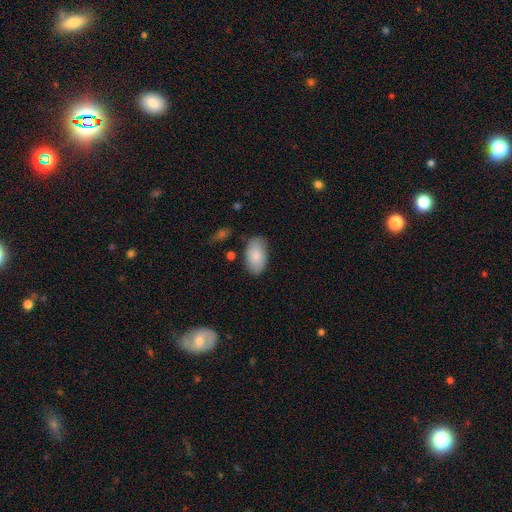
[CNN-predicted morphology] This appears to be a smooth galaxy with no disk features (83%) that is in between round and cigar-shaped (94%). Merging: none (80%).